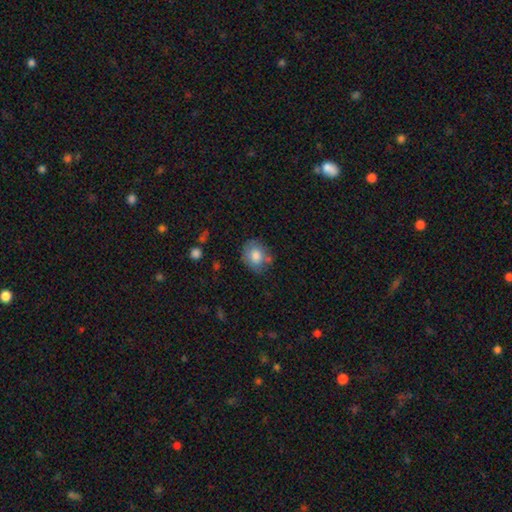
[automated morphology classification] A smooth galaxy with no disk features (79%) that is round (58%). Merging: none (64%).